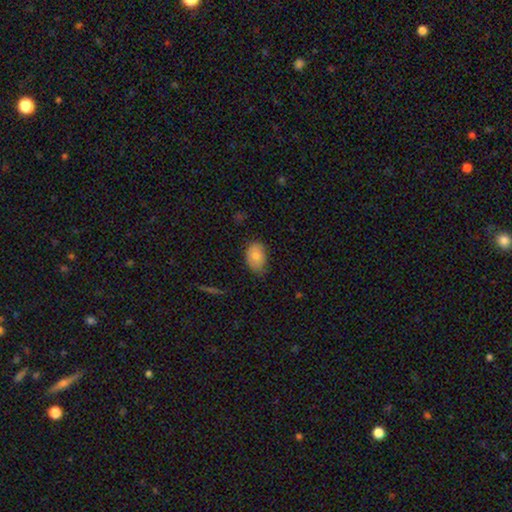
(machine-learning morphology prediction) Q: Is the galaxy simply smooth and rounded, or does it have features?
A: smooth — 82%.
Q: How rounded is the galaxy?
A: in between — 84%.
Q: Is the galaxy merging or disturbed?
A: none — 68%.